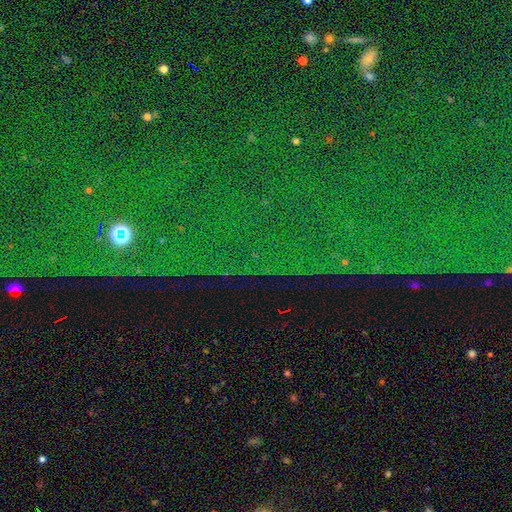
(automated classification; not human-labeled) Overall: star or artifact (85%).